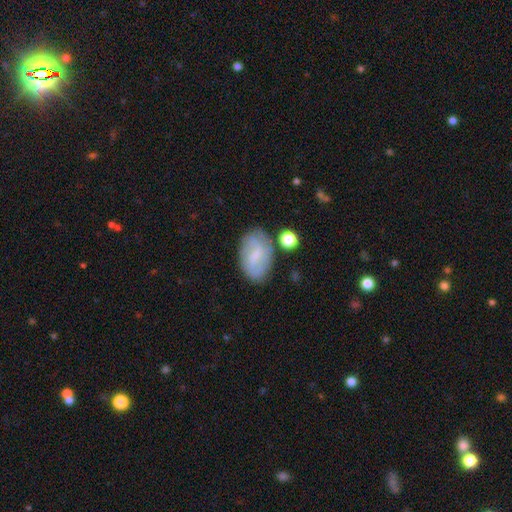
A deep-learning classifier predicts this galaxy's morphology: type=smooth (50%); roundness=in between (91%); merging=none (70%).